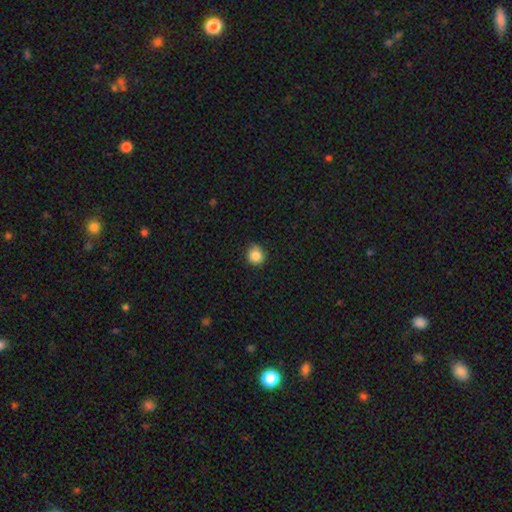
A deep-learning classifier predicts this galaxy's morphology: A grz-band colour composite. It shows a smooth galaxy with no disk features (85%) that is round (89%). Merging: none (78%).